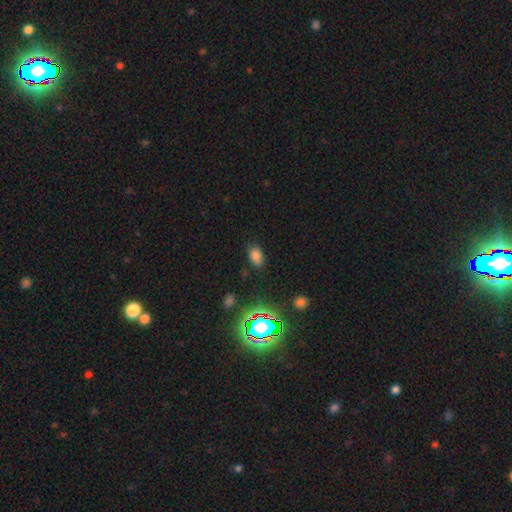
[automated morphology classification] Smooth or featured? Predicted: smooth (p=0.75). How rounded? Predicted: in between (p=0.85). Merging? Predicted: none (p=0.81).